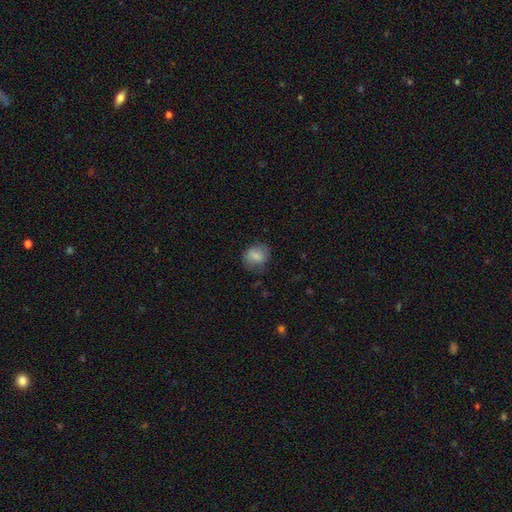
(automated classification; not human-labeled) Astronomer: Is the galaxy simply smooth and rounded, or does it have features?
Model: smooth — 78%.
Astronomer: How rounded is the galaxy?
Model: round — 59% (runner-up: in between, 40%).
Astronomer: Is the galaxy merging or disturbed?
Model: none — 67%.